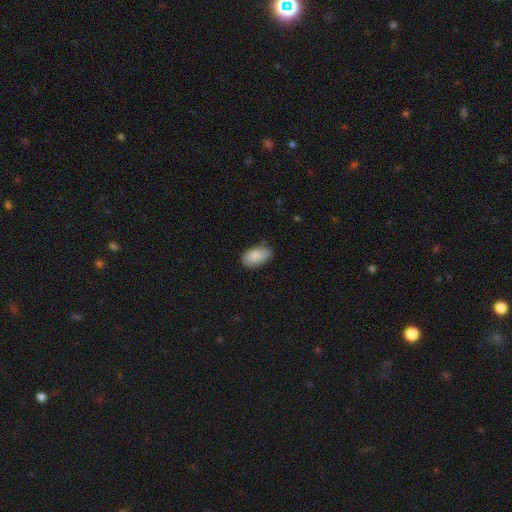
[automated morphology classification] Smooth or featured? smooth (86%)
How rounded? in between (93%)
Merging? none (67%)